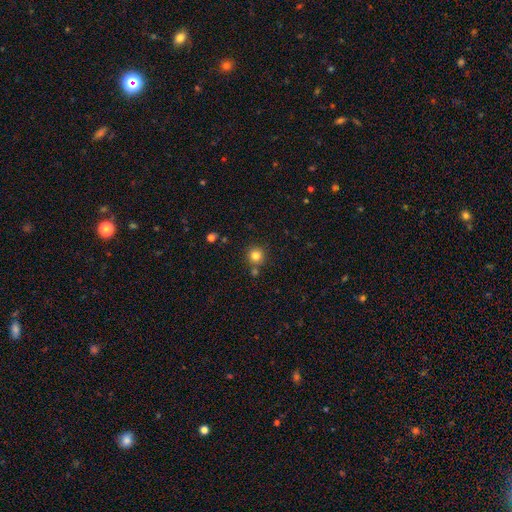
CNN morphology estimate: Smooth or featured? Predicted: smooth (p=0.81). How rounded? Predicted: round (p=0.94). Merging? Predicted: none (p=0.79).